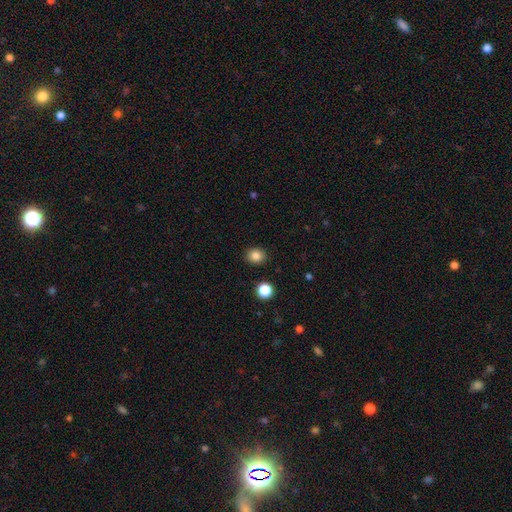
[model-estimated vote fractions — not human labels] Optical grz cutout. It shows a smooth galaxy with no disk features (84%) that is round (72%). Merging: none (90%).